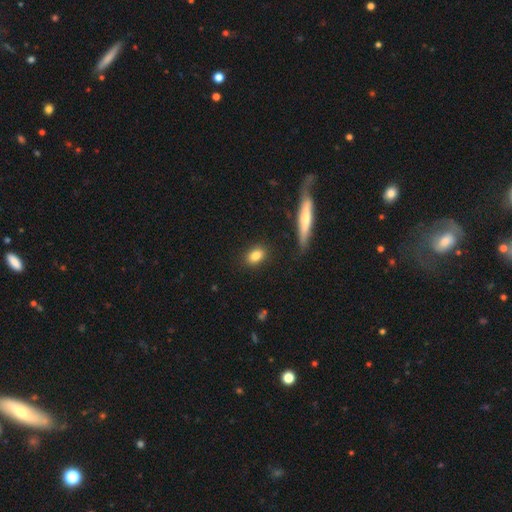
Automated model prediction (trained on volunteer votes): smooth 83%, featured or disk 9%, star or artifact 8%. Down the decision tree: how rounded — in between (73%); merging — none (86%).